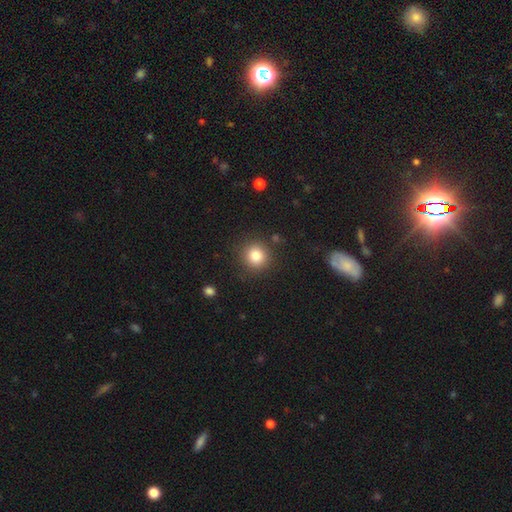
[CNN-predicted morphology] smooth_or_featured: smooth (p=0.83) [alt: star or artifact p=0.11]
how_rounded: round (p=0.92) [alt: in between p=0.07]
merging: none (p=0.88) [alt: minor disturbance p=0.07]